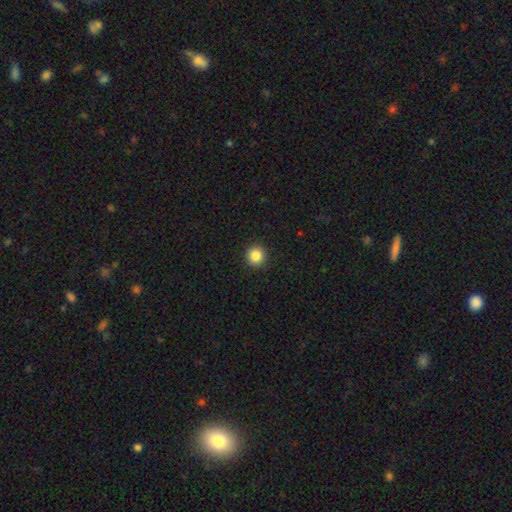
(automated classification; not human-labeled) Q: Smooth or featured?
A: smooth (86%); runner-up: star or artifact (10%)
Q: How rounded?
A: round (95%); runner-up: in between (4%)
Q: Merging?
A: none (93%); runner-up: minor disturbance (5%)